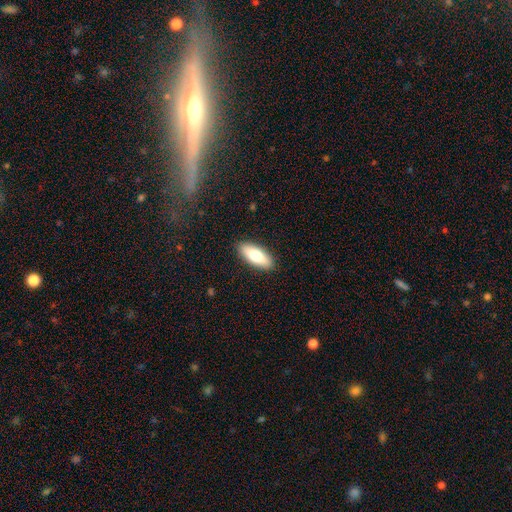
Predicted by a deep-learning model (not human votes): smooth_or_featured: smooth (p=0.74) [alt: featured or disk p=0.20]
how_rounded: in between (p=0.75) [alt: cigar-shaped p=0.23]
merging: none (p=0.90) [alt: minor disturbance p=0.08]